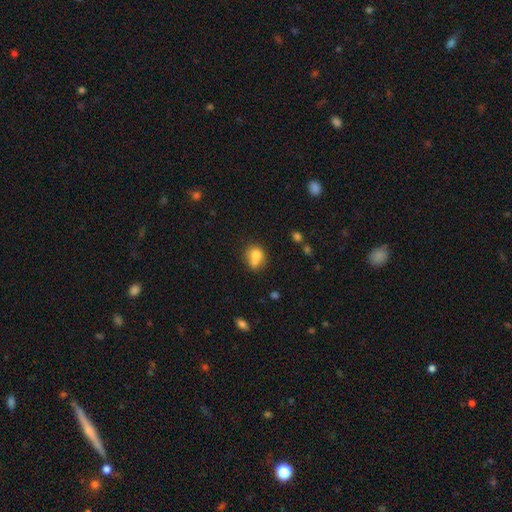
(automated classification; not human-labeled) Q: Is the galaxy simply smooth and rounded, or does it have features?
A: smooth — 73%.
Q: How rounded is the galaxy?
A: round — 66%.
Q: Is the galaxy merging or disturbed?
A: merger — 46%.